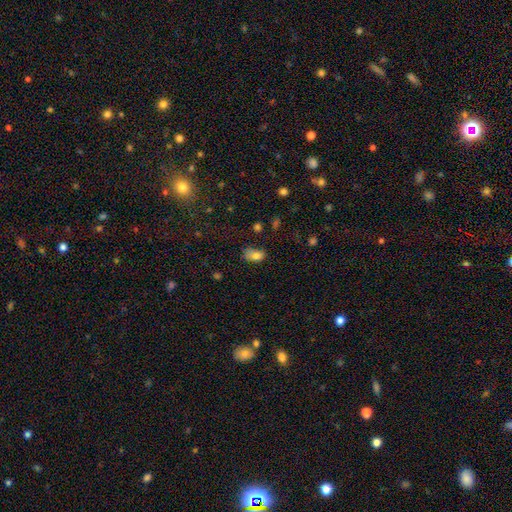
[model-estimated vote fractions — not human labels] Overall: smooth (78%). How rounded: in between (86%). Merging: none (45%; minor disturbance 33%).